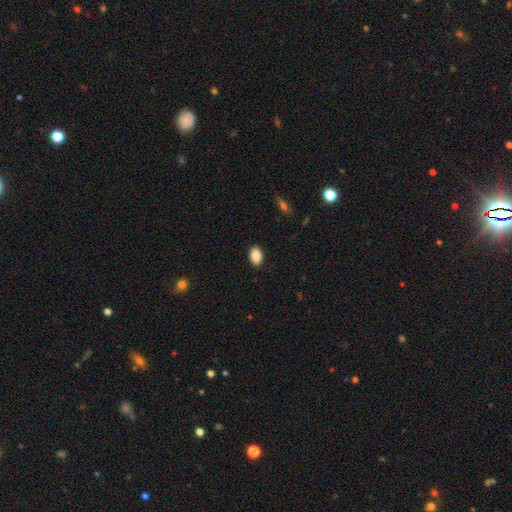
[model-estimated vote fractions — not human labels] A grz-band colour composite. It shows a smooth galaxy with no disk features (89%) that is in between round and cigar-shaped (91%). Merging: none (89%).